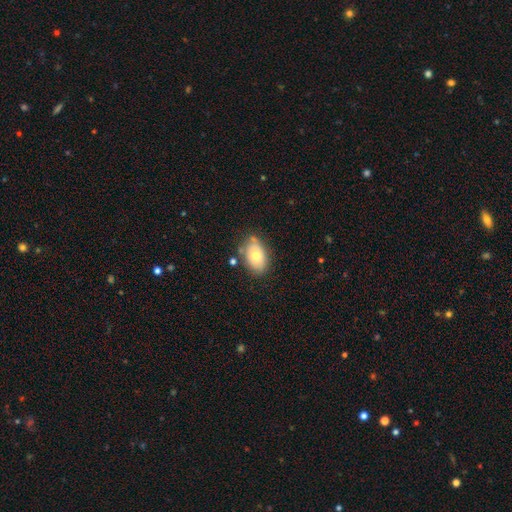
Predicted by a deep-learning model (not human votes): smooth 68%, featured or disk 24%, star or artifact 8%. Down the decision tree: how rounded — in between (88%); merging — none (68%).